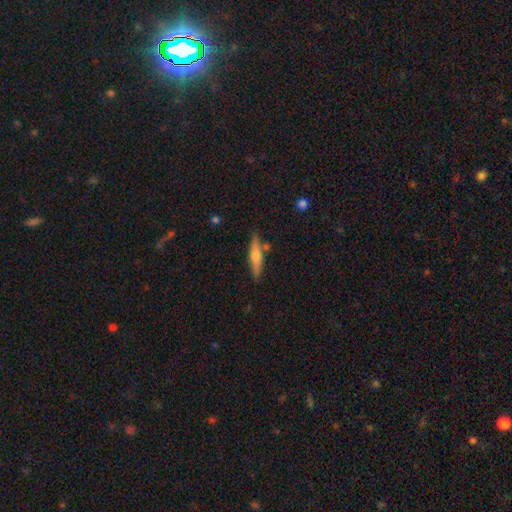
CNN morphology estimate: This is possibly a featured or disk galaxy (47%, tied with smooth). Merging: clearly none (81%).